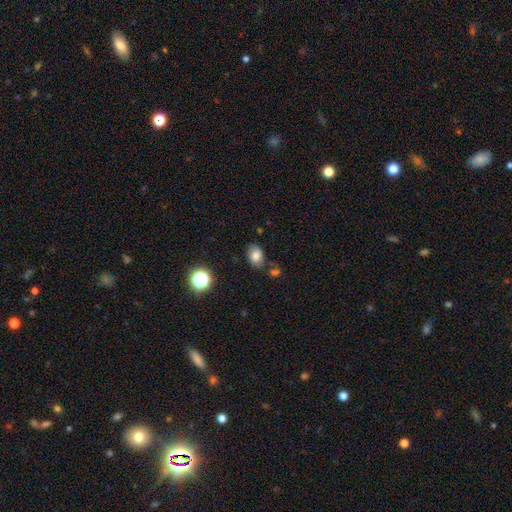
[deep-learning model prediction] smooth-or-featured: smooth: 79% | star or artifact: 11% | featured or disk: 10%
  how-rounded: in between: 77% | round: 22% | cigar-shaped: 1%
  merging: none: 75% | minor disturbance: 16% | merger: 5% | major disturbance: 4%